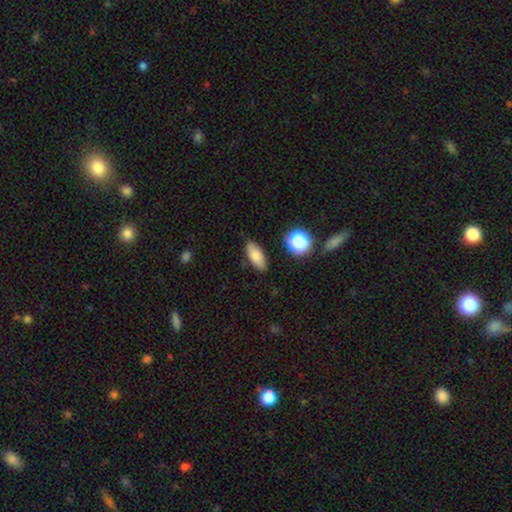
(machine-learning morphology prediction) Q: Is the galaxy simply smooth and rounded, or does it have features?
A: smooth — 80%.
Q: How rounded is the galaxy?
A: in between — 83%.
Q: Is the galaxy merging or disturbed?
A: none — 86%.